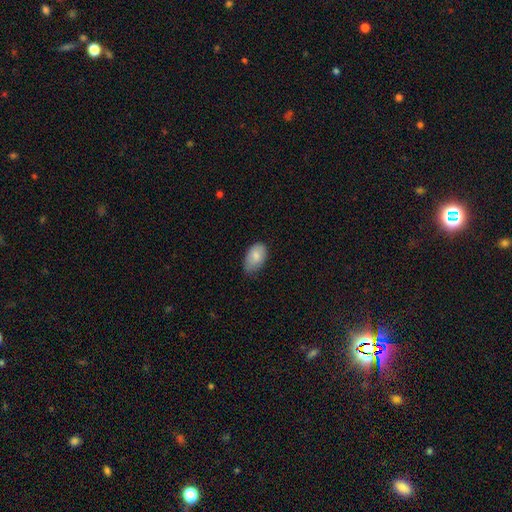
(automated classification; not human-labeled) The model was most divided on "merging": none: 59%, minor disturbance: 35%, major disturbance: 5%, merger: 1%. More confident: how rounded — in between (92%); smooth or featured — smooth (83%).